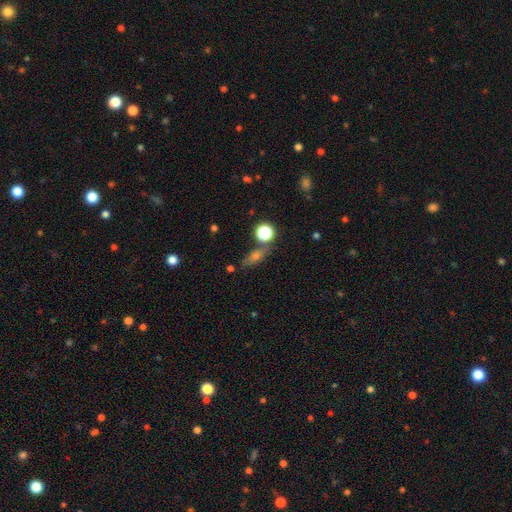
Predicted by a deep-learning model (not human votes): Smooth or featured? smooth (49%)
Merging? none (70%)